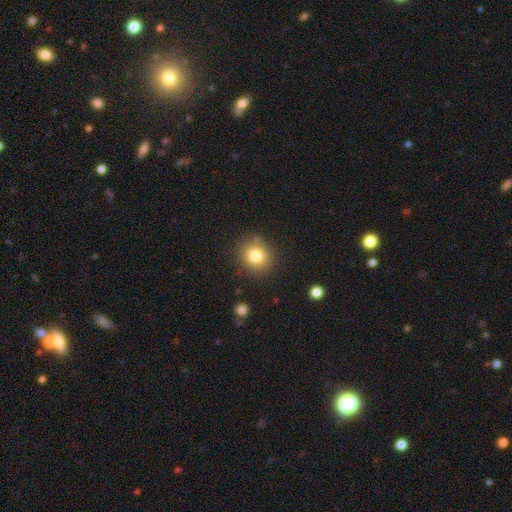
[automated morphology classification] Overall: smooth (80%). How rounded: round (85%). Merging: none (85%).